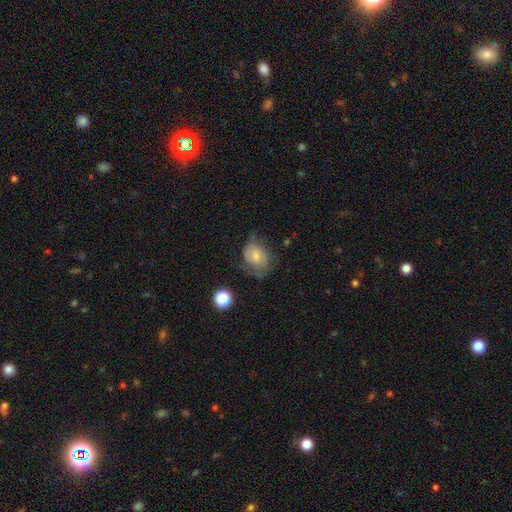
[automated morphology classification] Smooth or featured? Predicted: featured or disk (p=0.47). Merging? Predicted: none (p=0.44).